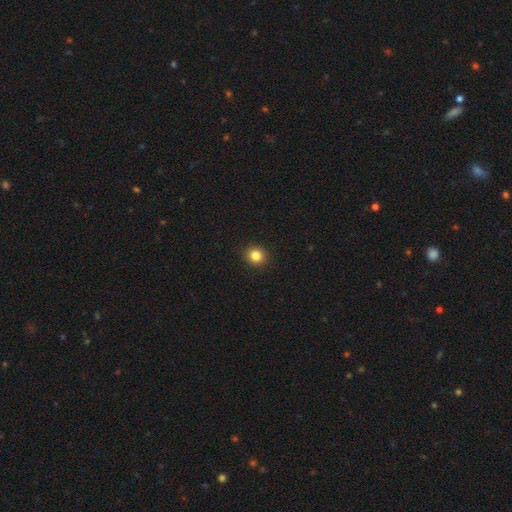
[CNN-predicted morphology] Overall: smooth (84%). How rounded: round (89%). Merging: none (93%).